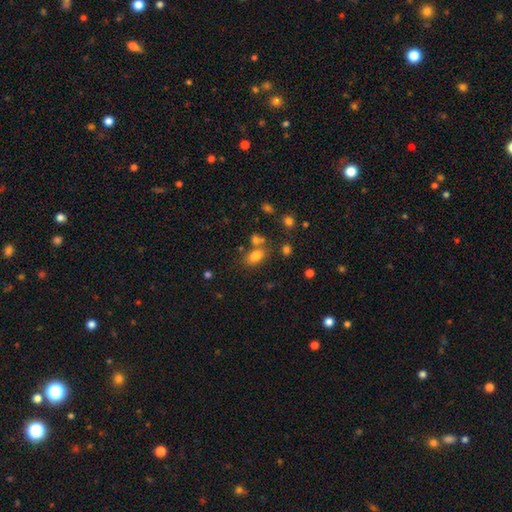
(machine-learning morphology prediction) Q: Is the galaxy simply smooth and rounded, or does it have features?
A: smooth — 78%.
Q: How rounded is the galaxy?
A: in between — 84%.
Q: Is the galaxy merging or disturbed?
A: none — 63%.